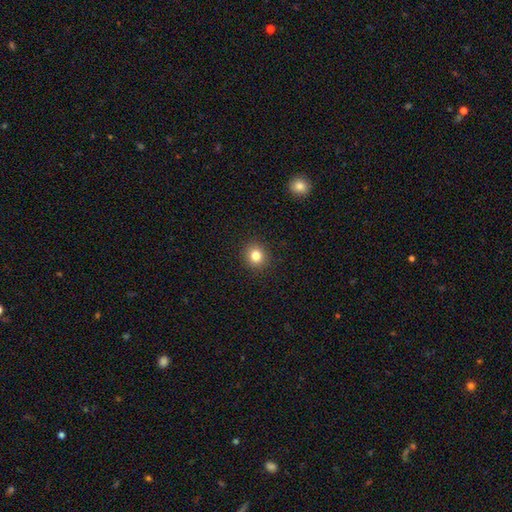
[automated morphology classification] Smooth or featured? smooth (82%)
How rounded? round (84%)
Merging? none (92%)